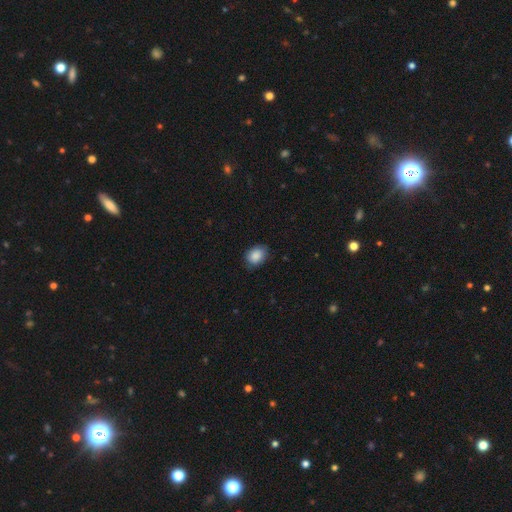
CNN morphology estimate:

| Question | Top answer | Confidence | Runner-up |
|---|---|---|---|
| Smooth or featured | smooth | 86% | star or artifact (7%) |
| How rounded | in between | 64% | round (35%) |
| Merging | none | 75% | minor disturbance (20%) |